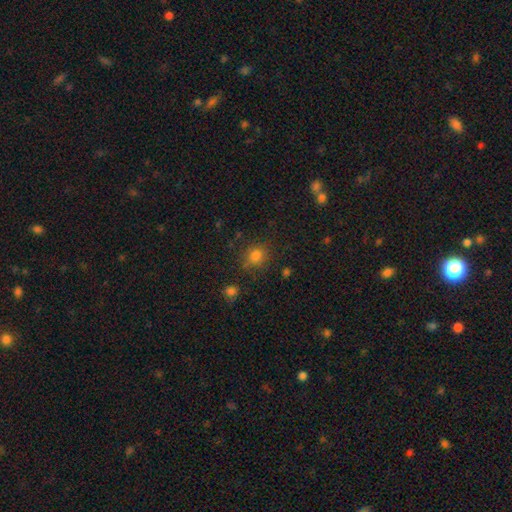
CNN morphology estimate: Smooth or featured? smooth (78%)
How rounded? round (81%)
Merging? none (79%)